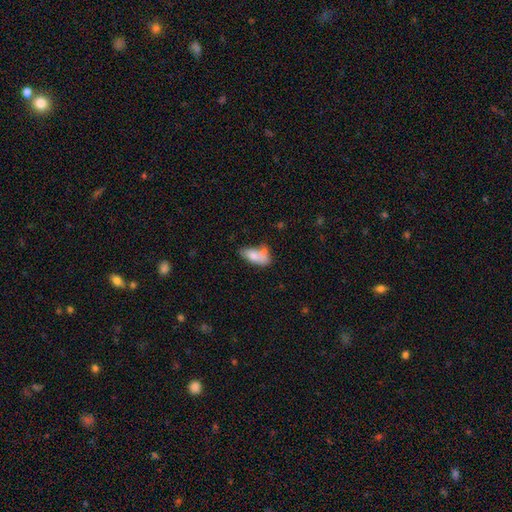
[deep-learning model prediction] smooth_or_featured: smooth (p=0.73) [alt: featured or disk p=0.19]
how_rounded: in between (p=0.82) [alt: cigar-shaped p=0.13]
merging: merger (p=0.35) [alt: none p=0.31]